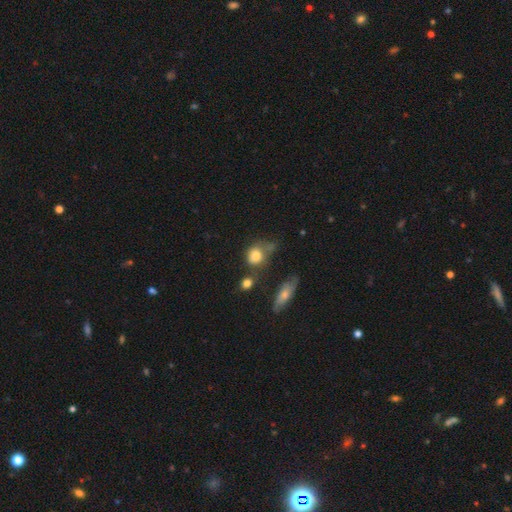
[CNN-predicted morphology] smooth-or-featured: smooth: 78% | featured or disk: 12% | star or artifact: 10%
  how-rounded: round: 56% | in between: 41% | cigar-shaped: 3%
  merging: none: 36% | minor disturbance: 28% | merger: 18% | major disturbance: 18%